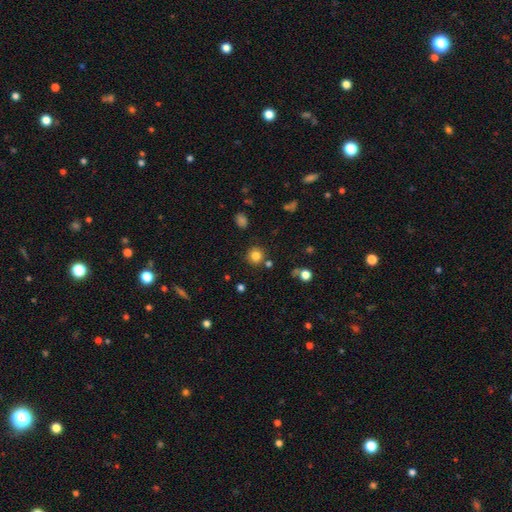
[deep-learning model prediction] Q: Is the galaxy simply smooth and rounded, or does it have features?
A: smooth — 82%.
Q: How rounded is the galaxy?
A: round — 92%.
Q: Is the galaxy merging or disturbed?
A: none — 84%.